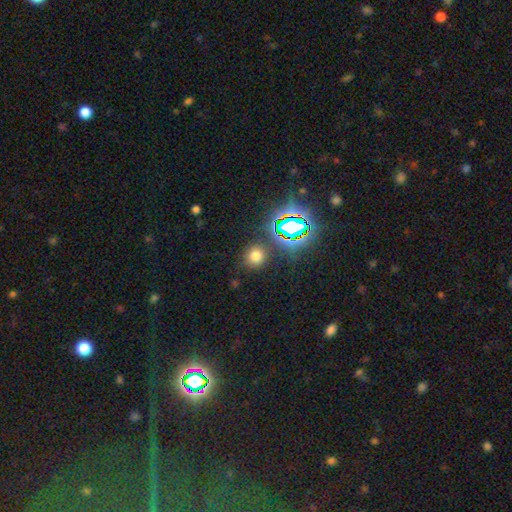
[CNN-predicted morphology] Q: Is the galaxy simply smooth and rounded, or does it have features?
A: smooth — 66%.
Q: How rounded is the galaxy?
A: round — 83%.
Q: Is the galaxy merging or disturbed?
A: none — 84%.